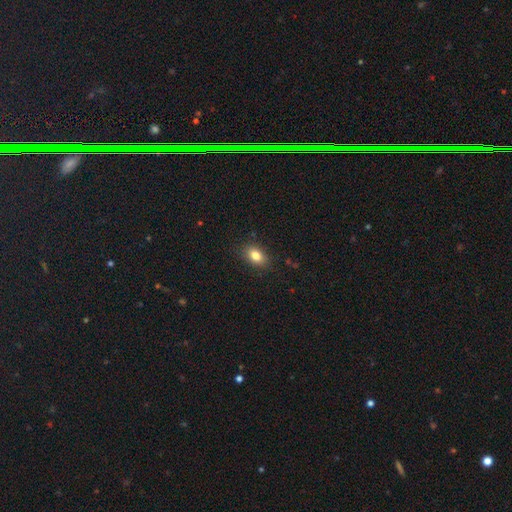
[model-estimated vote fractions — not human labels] smooth-or-featured: smooth: 82% | star or artifact: 9% | featured or disk: 8%
  how-rounded: in between: 82% | round: 16% | cigar-shaped: 2%
  merging: none: 86% | minor disturbance: 10% | major disturbance: 3% | merger: 1%